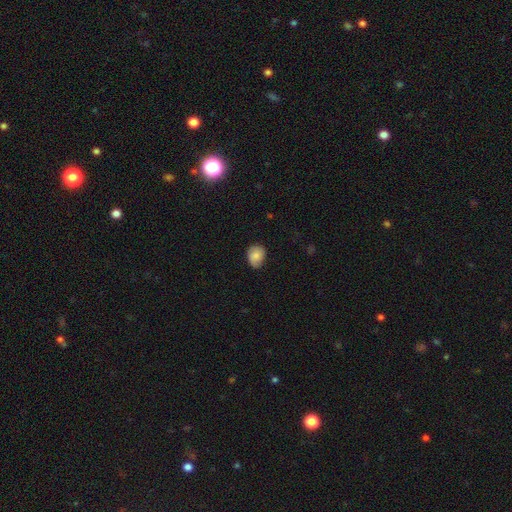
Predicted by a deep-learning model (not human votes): smooth-or-featured: smooth: 79% | featured or disk: 13% | star or artifact: 8%
  how-rounded: round: 51% | in between: 48% | cigar-shaped: 1%
  merging: none: 68% | minor disturbance: 26% | major disturbance: 4% | merger: 1%